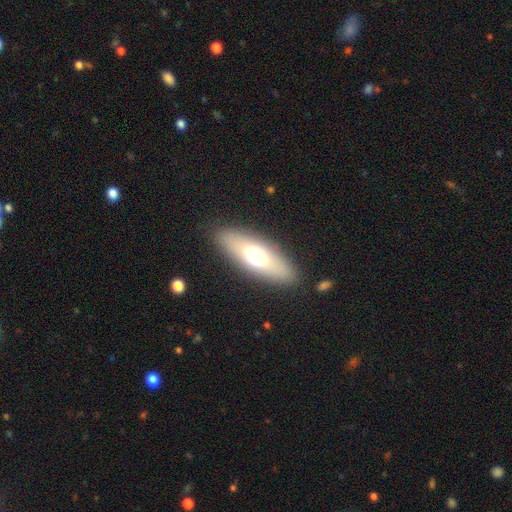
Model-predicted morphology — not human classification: The model was most divided on "smooth or featured": smooth: 63%, featured or disk: 29%, star or artifact: 7%. More confident: merging — none (87%); how rounded — in between (66%).